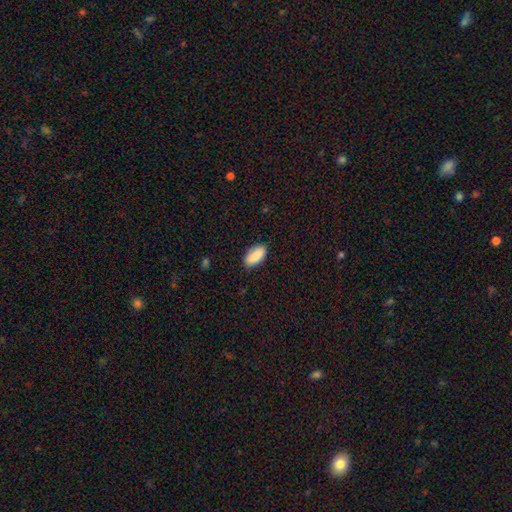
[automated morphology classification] Smooth or featured: smooth — 90% (star or artifact — 6%)
How rounded: in between — 92% (cigar-shaped — 6%)
Merging: none — 85% (minor disturbance — 12%)